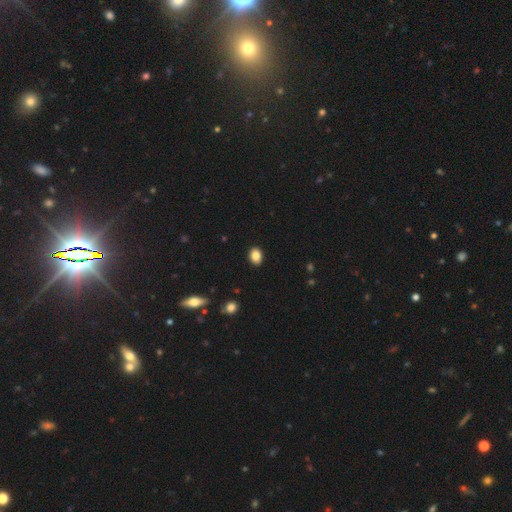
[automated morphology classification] This appears to be a smooth galaxy with no disk features (86%) that is in between round and cigar-shaped (67%). Merging: none (90%).